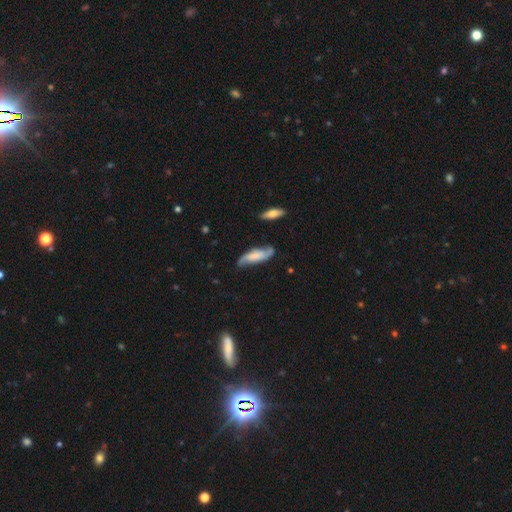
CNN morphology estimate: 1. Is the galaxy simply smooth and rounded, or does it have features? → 62% featured or disk, 31% smooth, 7% star or artifact.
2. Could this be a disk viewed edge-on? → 83% no, 17% yes.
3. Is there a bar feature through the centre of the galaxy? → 50% no, 35% weak, 15% strong.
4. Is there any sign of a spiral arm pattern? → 93% yes, 7% no.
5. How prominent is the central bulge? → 38% none, 26% small, 22% moderate, 11% large, 3% dominant.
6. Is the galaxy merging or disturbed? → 69% none, 21% minor disturbance, 6% major disturbance, 3% merger.